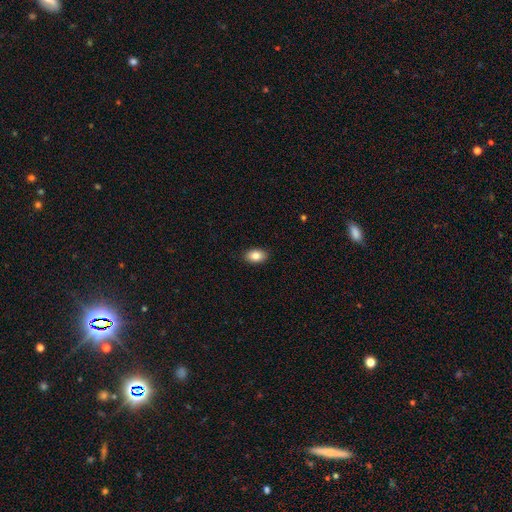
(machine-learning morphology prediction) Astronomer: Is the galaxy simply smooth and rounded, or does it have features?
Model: smooth — 85%.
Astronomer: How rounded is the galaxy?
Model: in between — 88%.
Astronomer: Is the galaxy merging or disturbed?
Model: none — 89%.